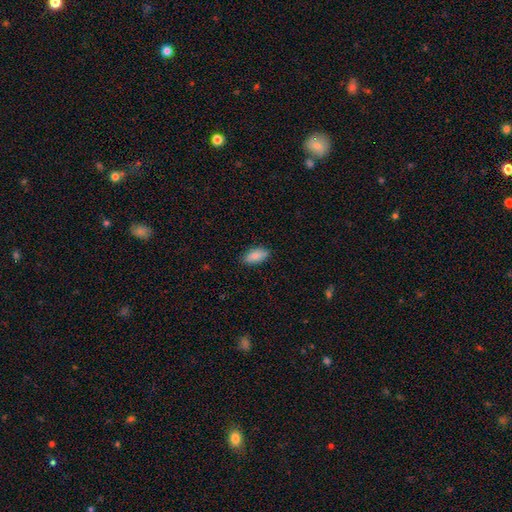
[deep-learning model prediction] smooth_or_featured: smooth (p=0.86) [alt: featured or disk p=0.08]
how_rounded: in between (p=0.89) [alt: cigar-shaped p=0.09]
merging: none (p=0.85) [alt: minor disturbance p=0.12]